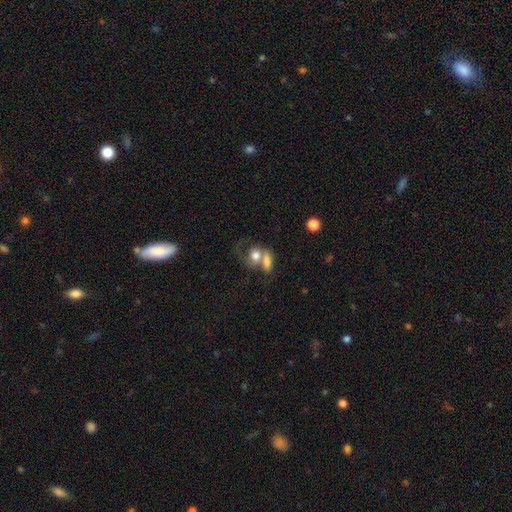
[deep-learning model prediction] smooth_or_featured: smooth (p=0.68) [alt: featured or disk p=0.23]
how_rounded: in between (p=0.53) [alt: round p=0.43]
merging: merger (p=0.62) [alt: none p=0.18]